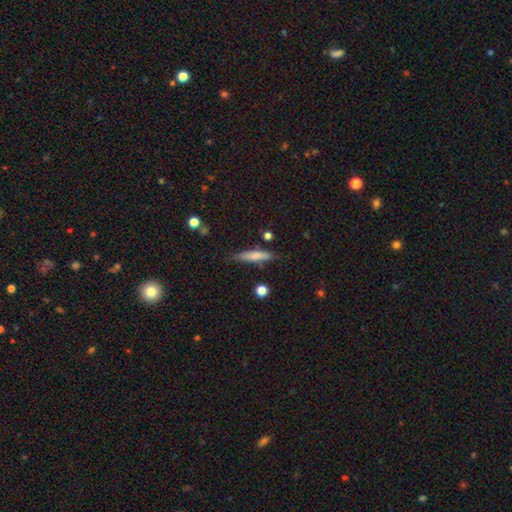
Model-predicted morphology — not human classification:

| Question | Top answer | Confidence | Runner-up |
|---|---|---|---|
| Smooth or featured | smooth | 72% | featured or disk (21%) |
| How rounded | cigar-shaped | 82% | in between (16%) |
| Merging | none | 75% | minor disturbance (18%) |